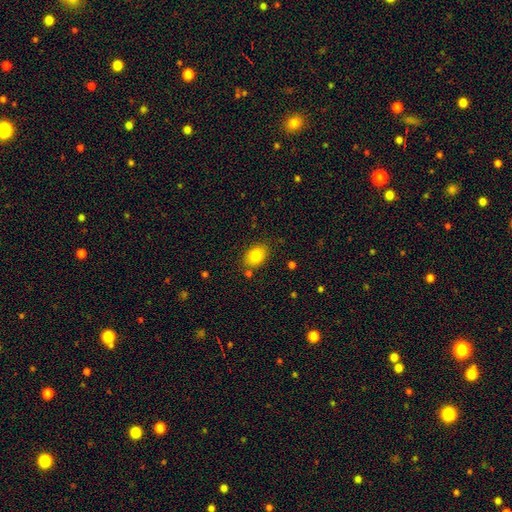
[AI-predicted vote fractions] Q: Smooth or featured?
A: smooth (83%); runner-up: star or artifact (9%)
Q: How rounded?
A: in between (76%); runner-up: round (23%)
Q: Merging?
A: none (81%); runner-up: minor disturbance (12%)